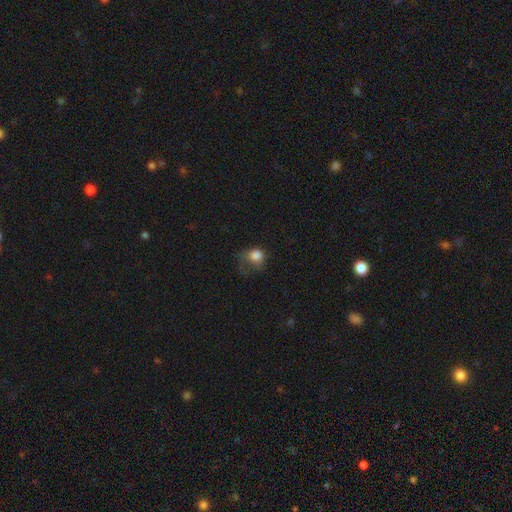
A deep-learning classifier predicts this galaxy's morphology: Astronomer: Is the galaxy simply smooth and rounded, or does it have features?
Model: smooth — 78%.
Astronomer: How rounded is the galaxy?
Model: round — 68%.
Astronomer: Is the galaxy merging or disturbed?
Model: major disturbance — 44% (runner-up: none, 29%).